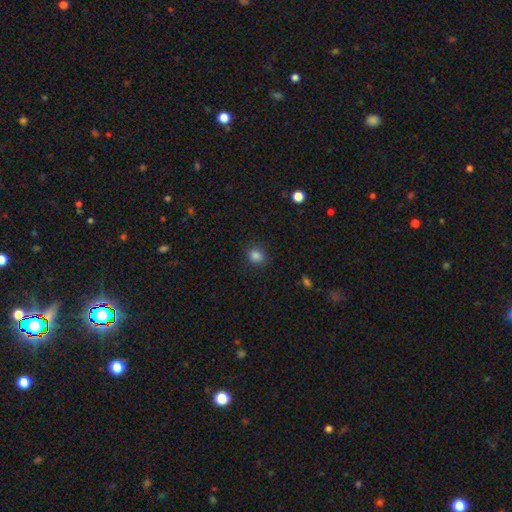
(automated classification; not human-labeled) Smooth or featured? Predicted: smooth (p=0.84). How rounded? Predicted: round (p=0.69). Merging? Predicted: none (p=0.86).